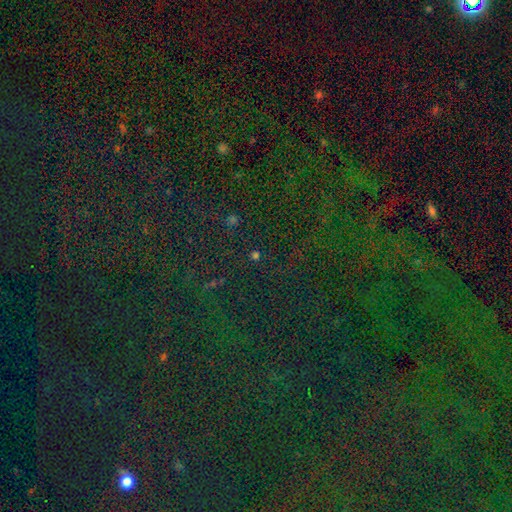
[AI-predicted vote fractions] This is likely a star or artifact rather than a galaxy (66%).